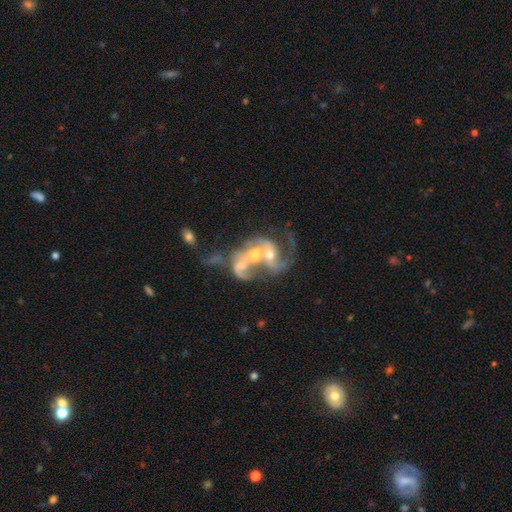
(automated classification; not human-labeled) This is clearly a featured or disk galaxy (82%). It is clearly not viewed edge-on (97%). Bar: likely no (64%). Spiral arm pattern: clearly yes (83%). Spiral arm count: marginally 2 (45%). Spiral winding: marginally loose (42%, tied with medium). Central bulge: possibly moderate (49%). Merging: likely merger (71%).